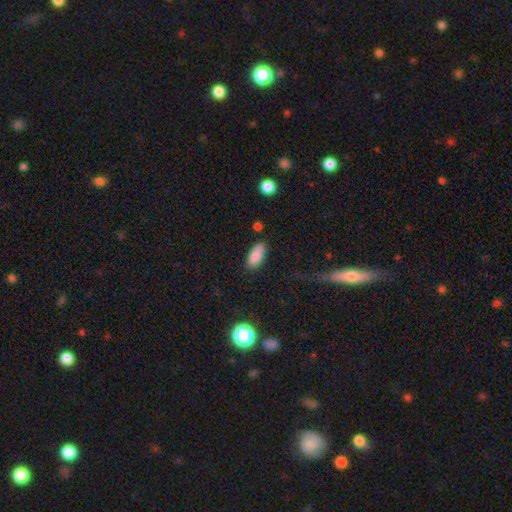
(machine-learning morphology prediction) A smooth galaxy with no disk features (87%) that is in between round and cigar-shaped (84%).

Vote fractions:
- Smooth or featured? smooth: 87% / star or artifact: 8% / featured or disk: 6%
- How rounded? in between: 84% / cigar-shaped: 13% / round: 2%
- Merging? none: 78% / minor disturbance: 16% / major disturbance: 4% / merger: 3%